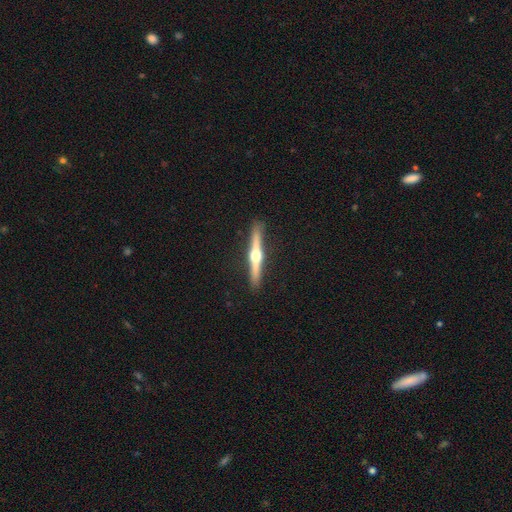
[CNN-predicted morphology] This appears to be a featured or disk galaxy (77%) viewed edge-on (98%) with a rounded central bulge (96%). Merging: none (90%).